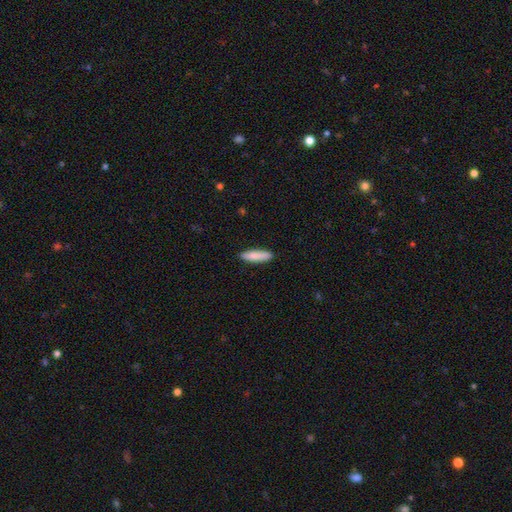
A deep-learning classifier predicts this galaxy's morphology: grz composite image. It shows a smooth galaxy with no disk features (83%) that is cigar-shaped (71%). Merging: none (88%).